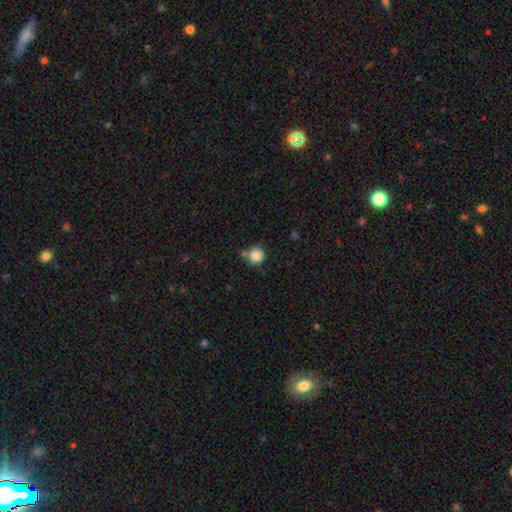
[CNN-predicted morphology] A smooth galaxy with no disk features (86%) that is round (92%).

Vote fractions:
- Smooth or featured? smooth: 86% / star or artifact: 10% / featured or disk: 4%
- How rounded? round: 92% / in between: 7% / cigar-shaped: 1%
- Merging? none: 66% / minor disturbance: 16% / merger: 14% / major disturbance: 5%